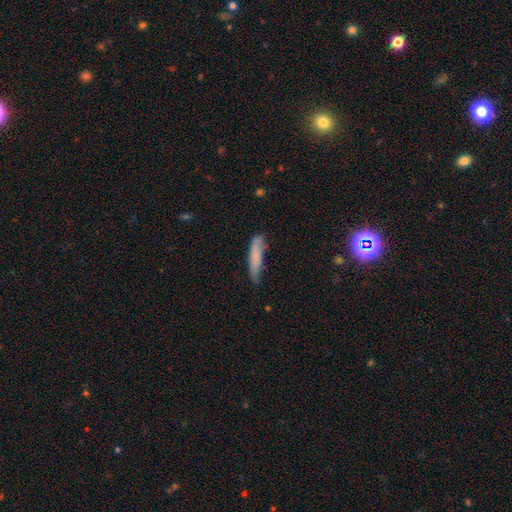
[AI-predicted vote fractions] Smooth or featured? smooth (76%)
How rounded? cigar-shaped (81%)
Merging? none (63%)